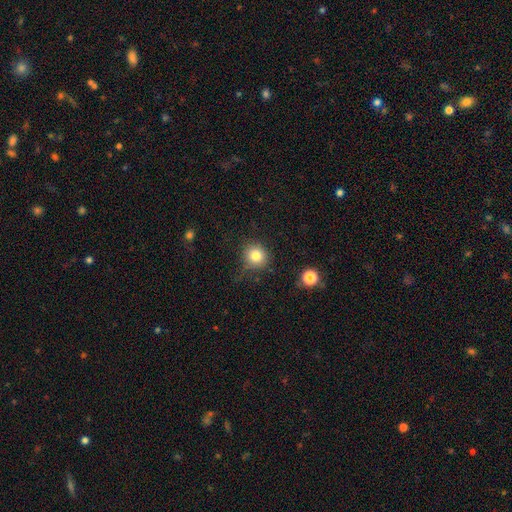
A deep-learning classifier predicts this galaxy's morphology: Smooth or featured?
  - smooth: 81% *
  - star or artifact: 12%
  - featured or disk: 8%
How rounded?
  - round: 91% *
  - in between: 8%
  - cigar-shaped: 1%
Merging?
  - none: 78% *
  - minor disturbance: 15%
  - major disturbance: 5%
  - merger: 3%